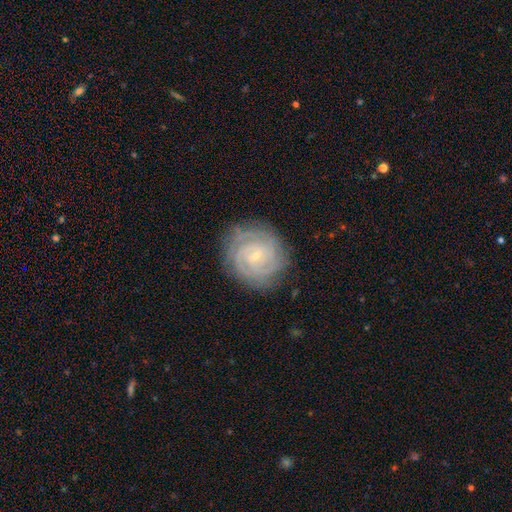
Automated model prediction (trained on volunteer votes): A featured or disk galaxy (86%) with no bar (54%), 3 (23%) tight (81%) spiral arms (98%) and a small central bulge (84%). Merging: none (83%).